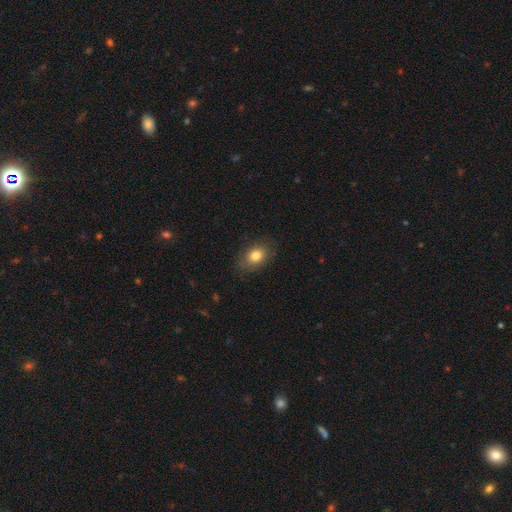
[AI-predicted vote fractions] Smooth or featured: smooth — 81% (featured or disk — 11%)
How rounded: in between — 77% (round — 22%)
Merging: none — 80% (minor disturbance — 15%)